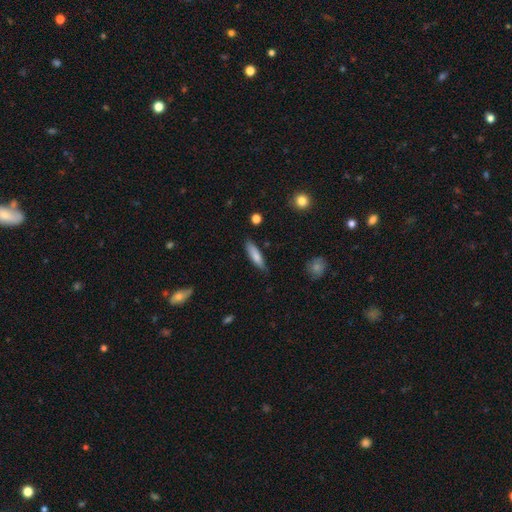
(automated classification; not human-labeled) smooth_or_featured: smooth (p=0.78) [alt: featured or disk p=0.16]
how_rounded: cigar-shaped (p=0.71) [alt: in between p=0.27]
merging: none (p=0.81) [alt: minor disturbance p=0.15]